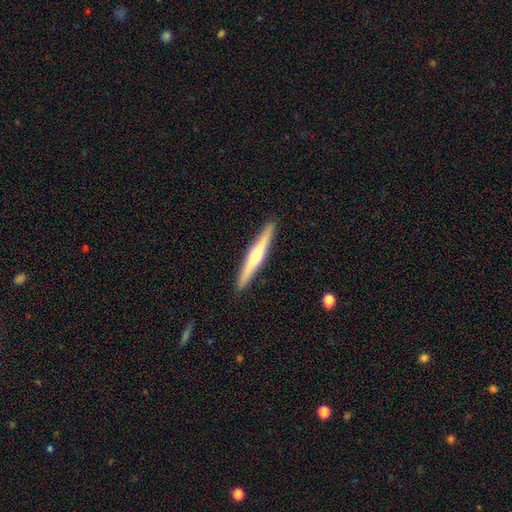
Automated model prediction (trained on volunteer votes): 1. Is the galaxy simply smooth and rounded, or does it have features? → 63% featured or disk, 31% smooth, 5% star or artifact.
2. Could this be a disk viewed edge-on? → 97% yes, 3% no.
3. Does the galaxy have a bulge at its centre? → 86% rounded, 10% none, 4% boxy.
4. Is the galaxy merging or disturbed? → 92% none, 6% minor disturbance, 1% major disturbance, 1% merger.